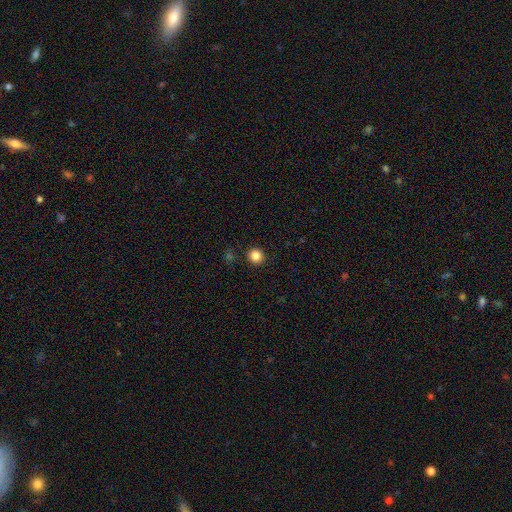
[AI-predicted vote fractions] Morphology: type=smooth (85%); roundness=round (93%); merging=none (92%).